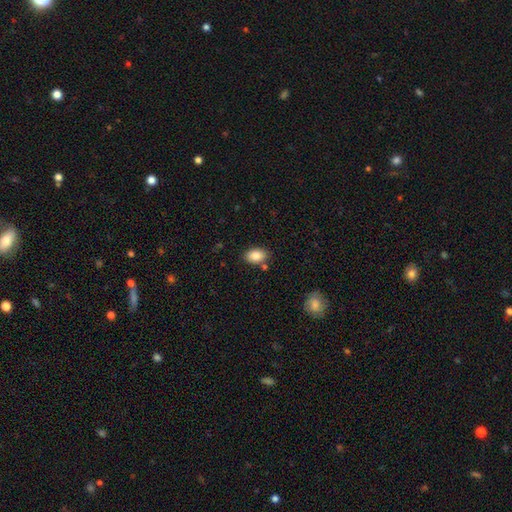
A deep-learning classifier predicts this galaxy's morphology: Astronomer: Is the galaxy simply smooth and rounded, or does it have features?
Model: smooth — 86%.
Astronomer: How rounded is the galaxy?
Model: in between — 87%.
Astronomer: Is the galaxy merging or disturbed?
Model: none — 80%.